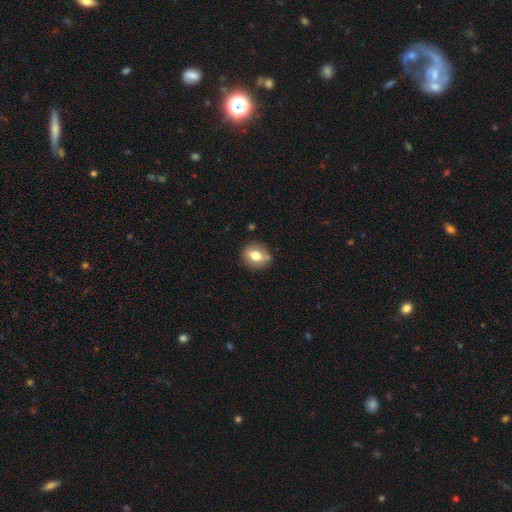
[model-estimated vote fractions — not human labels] Smooth or featured?
  - smooth: 69% *
  - featured or disk: 22%
  - star or artifact: 9%
How rounded?
  - round: 66% *
  - in between: 33%
  - cigar-shaped: 1%
Merging?
  - none: 81% *
  - minor disturbance: 12%
  - merger: 3%
  - major disturbance: 3%